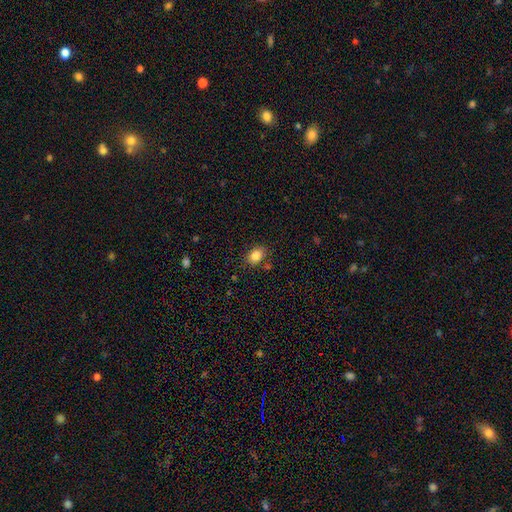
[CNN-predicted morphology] smooth 85%, star or artifact 10%, featured or disk 6%. Down the decision tree: how rounded — in between (72%); merging — none (81%).